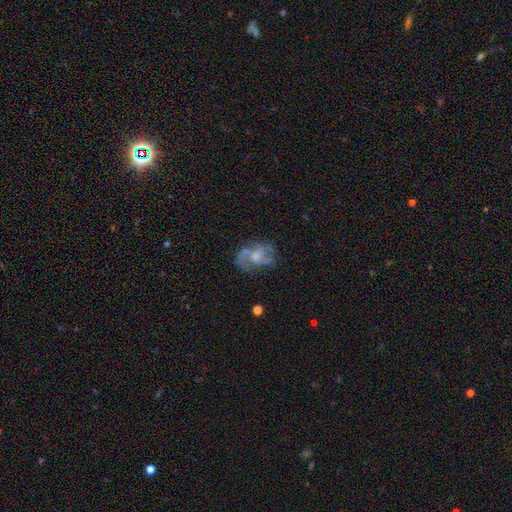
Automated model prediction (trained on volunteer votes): This is likely a featured or disk galaxy (69%). It is clearly not viewed edge-on (97%). Bar: likely no (64%). Spiral arm pattern: likely yes (72%). Central bulge: marginally moderate (44%). Merging: possibly none (52%).